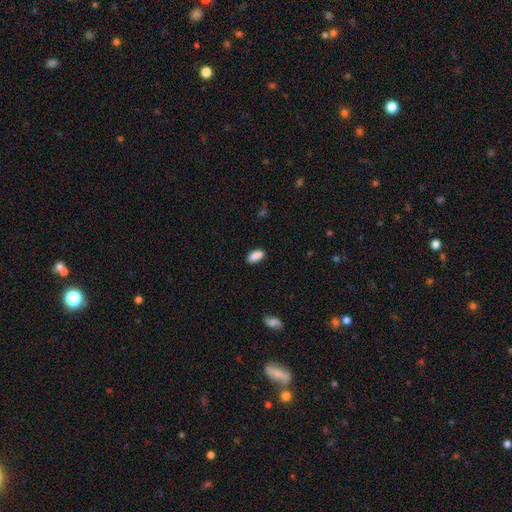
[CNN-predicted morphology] smooth_or_featured: smooth (p=0.89) [alt: star or artifact p=0.07]
how_rounded: in between (p=0.92) [alt: cigar-shaped p=0.05]
merging: none (p=0.85) [alt: minor disturbance p=0.11]